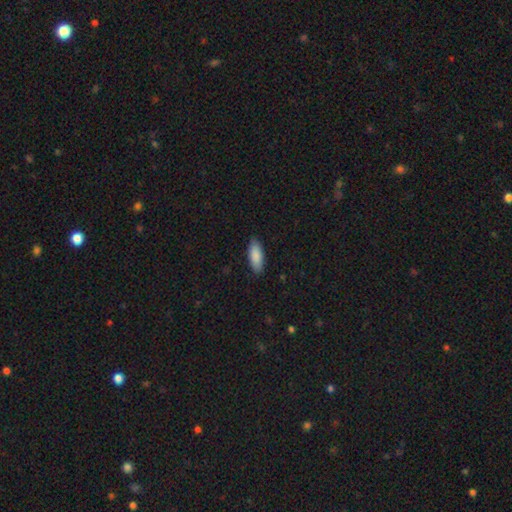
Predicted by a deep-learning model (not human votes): This appears to be a smooth galaxy with no disk features (88%) that is in between round and cigar-shaped (75%). Merging: none (88%).